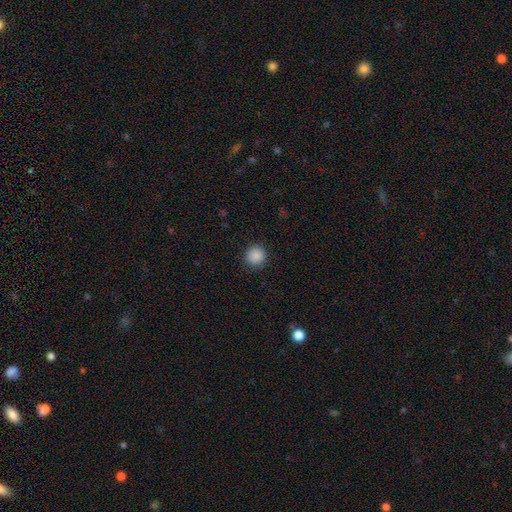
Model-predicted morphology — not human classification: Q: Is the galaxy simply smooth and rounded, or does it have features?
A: smooth — 88%.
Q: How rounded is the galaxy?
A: round — 93%.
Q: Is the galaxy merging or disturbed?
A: none — 91%.